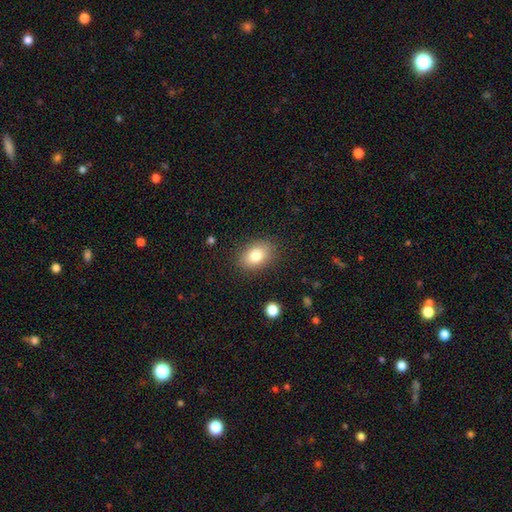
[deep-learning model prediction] This appears to be a smooth galaxy with no disk features (82%) that is in between round and cigar-shaped (79%). Merging: none (85%).